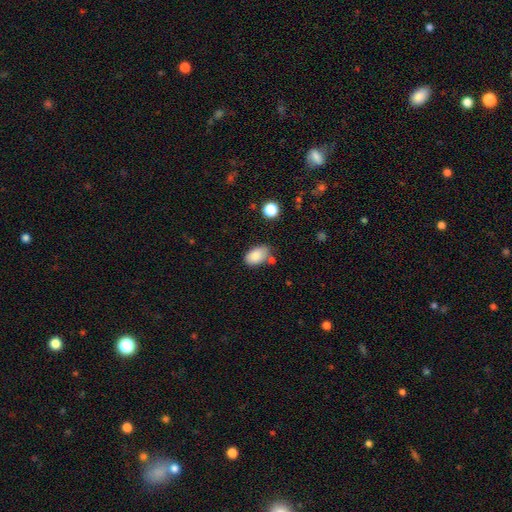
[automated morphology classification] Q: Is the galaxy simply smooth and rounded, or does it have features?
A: smooth — 85%.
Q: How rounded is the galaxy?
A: in between — 91%.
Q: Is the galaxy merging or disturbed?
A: none — 64%.